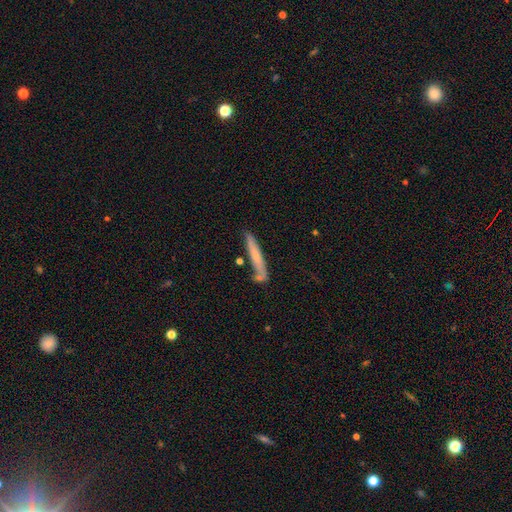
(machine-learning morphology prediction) Smooth or featured? Predicted: smooth (p=0.55). How rounded? Predicted: cigar-shaped (p=0.94). Merging? Predicted: none (p=0.71).